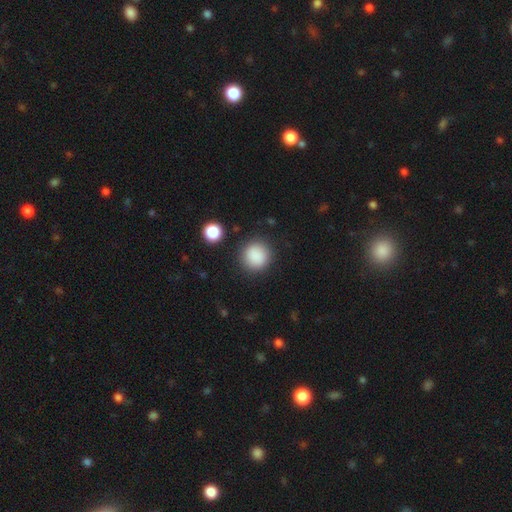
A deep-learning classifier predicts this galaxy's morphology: Overall: smooth (87%). How rounded: round (91%). Merging: none (87%).